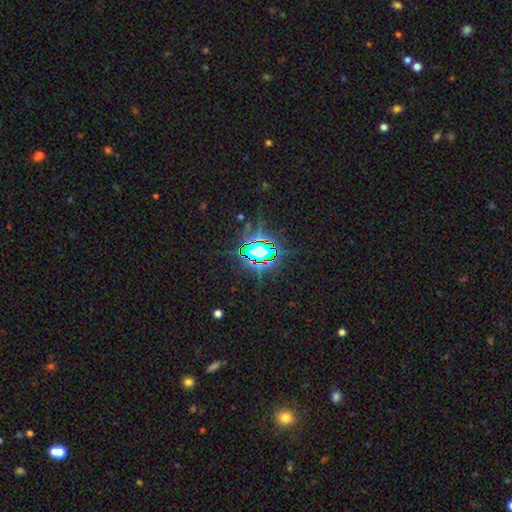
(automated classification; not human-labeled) smooth_or_featured: star or artifact (p=0.77) [alt: smooth p=0.13]